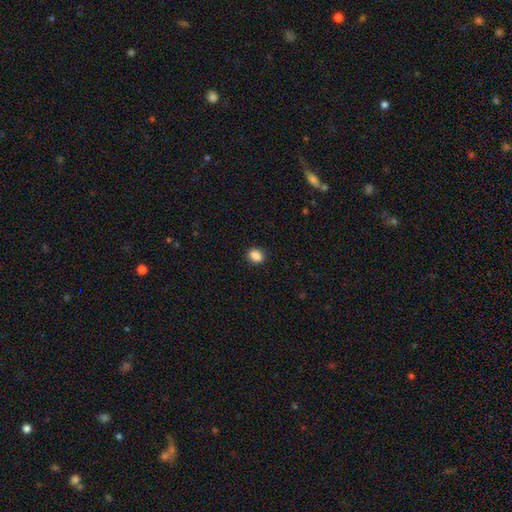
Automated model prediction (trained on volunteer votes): This appears to be a smooth galaxy with no disk features (88%) that is in between round and cigar-shaped (60%). Merging: none (90%).